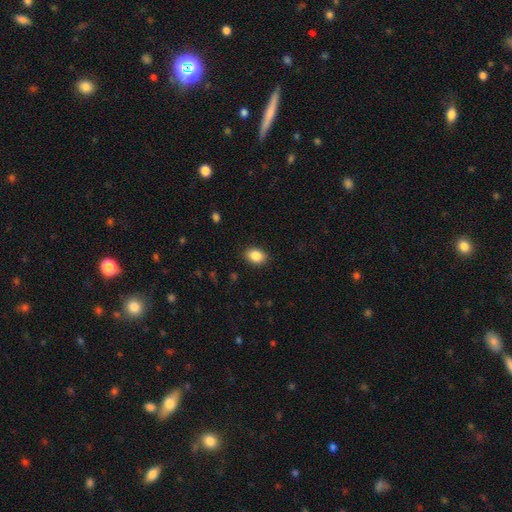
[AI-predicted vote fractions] Smooth or featured: smooth — 87% (star or artifact — 8%)
How rounded: in between — 74% (round — 25%)
Merging: none — 88% (minor disturbance — 8%)